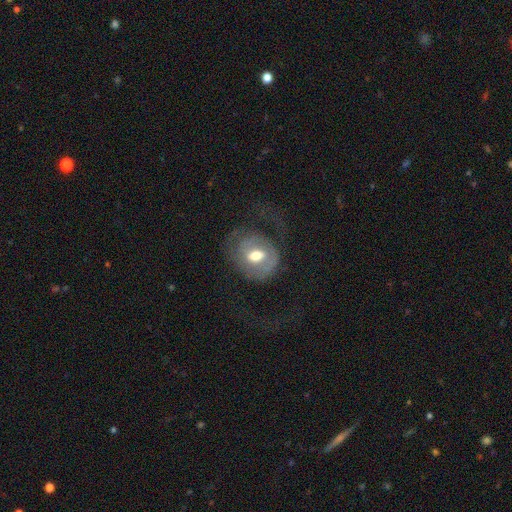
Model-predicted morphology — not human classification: smooth-or-featured: featured or disk: 53% | smooth: 39% | star or artifact: 8%
  disk-edge-on: no: 95% | yes: 5%
    bar: weak: 43% | no: 40% | strong: 17%
    has-spiral-arms: yes: 53% | no: 47%
    bulge-size: moderate: 70% | large: 17% | small: 10% | dominant: 2% | none: 1%
  merging: none: 41% | major disturbance: 39% | minor disturbance: 19% | merger: 2%